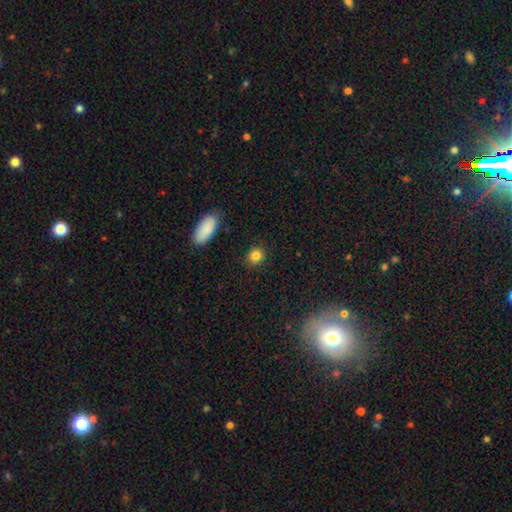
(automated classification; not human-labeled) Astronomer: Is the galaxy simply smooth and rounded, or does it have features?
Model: smooth — 85%.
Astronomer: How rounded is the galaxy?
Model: round — 77%.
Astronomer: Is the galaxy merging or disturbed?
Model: none — 88%.